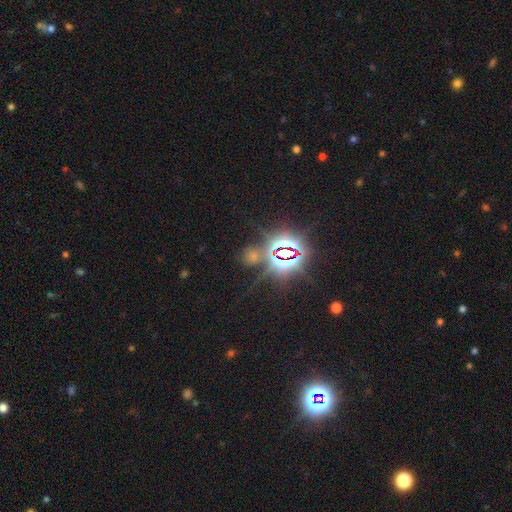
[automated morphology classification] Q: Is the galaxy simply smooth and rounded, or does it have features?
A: star or artifact — 73%.